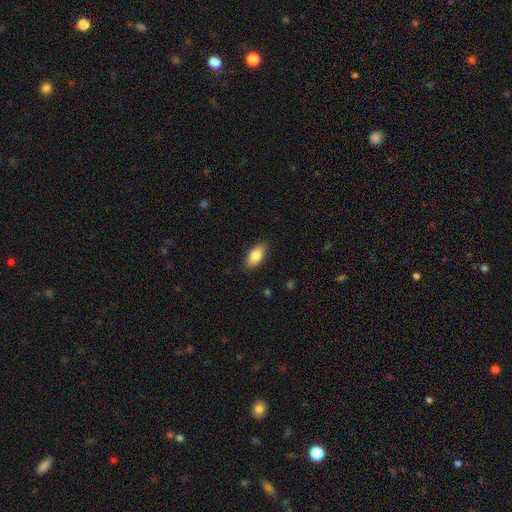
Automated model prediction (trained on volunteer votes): The model was most divided on "smooth or featured": smooth: 83%, featured or disk: 10%, star or artifact: 7%. More confident: how rounded — in between (90%); merging — none (87%).